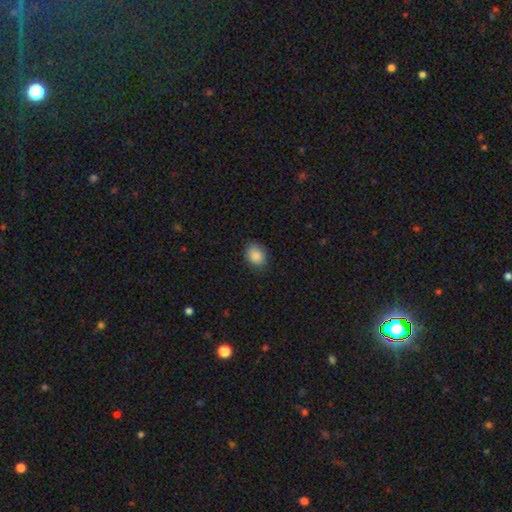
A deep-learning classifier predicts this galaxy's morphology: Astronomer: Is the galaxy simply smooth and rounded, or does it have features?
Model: smooth — 88%.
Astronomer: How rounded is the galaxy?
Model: in between — 53% (runner-up: round, 46%).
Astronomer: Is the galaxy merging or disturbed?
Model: none — 85%.